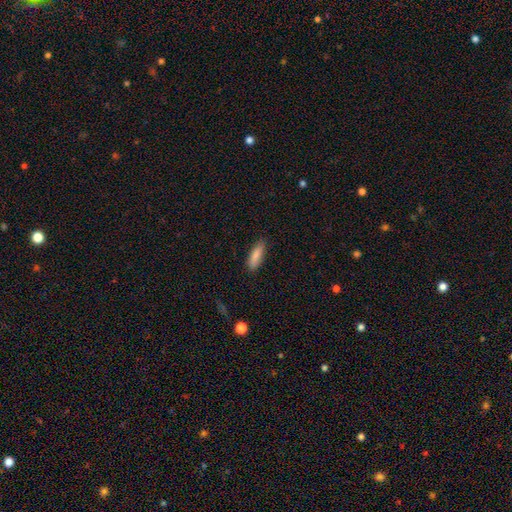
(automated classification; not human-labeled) This appears to be a smooth galaxy with no disk features (84%) that is in between round and cigar-shaped (51%). Merging: none (82%).